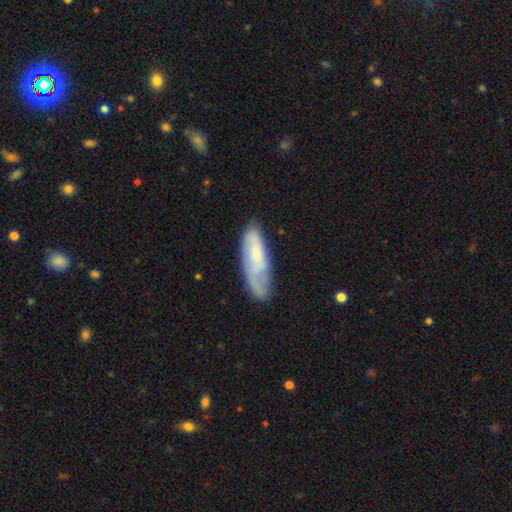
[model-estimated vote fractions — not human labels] Smooth or featured?
  - smooth: 51% *
  - featured or disk: 42%
  - star or artifact: 7%
How rounded?
  - in between: 56% *
  - cigar-shaped: 42%
  - round: 2%
Merging?
  - none: 56% *
  - minor disturbance: 29%
  - major disturbance: 12%
  - merger: 3%